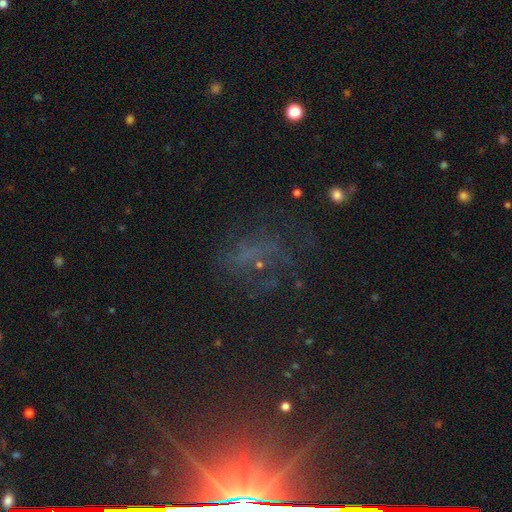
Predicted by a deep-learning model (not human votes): smooth_or_featured: star or artifact (p=0.47) [alt: featured or disk p=0.27]